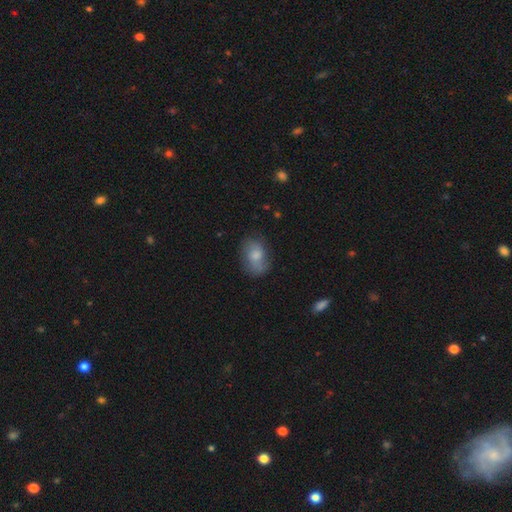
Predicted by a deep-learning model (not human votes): Smooth or featured? Predicted: smooth (p=0.67). How rounded? Predicted: in between (p=0.79). Merging? Predicted: none (p=0.63).